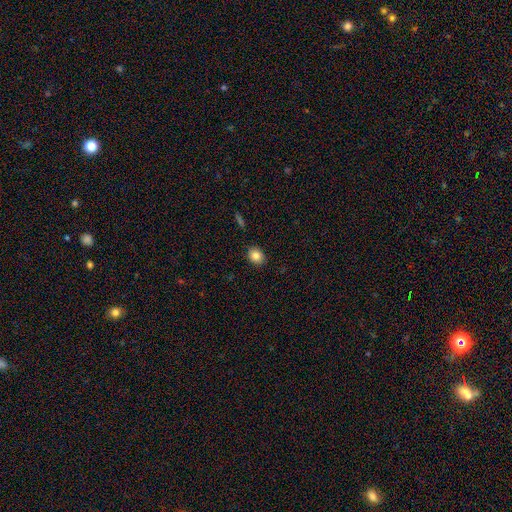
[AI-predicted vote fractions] Q: Smooth or featured?
A: smooth (82%); runner-up: star or artifact (10%)
Q: How rounded?
A: round (52%); runner-up: in between (47%)
Q: Merging?
A: none (89%); runner-up: minor disturbance (8%)